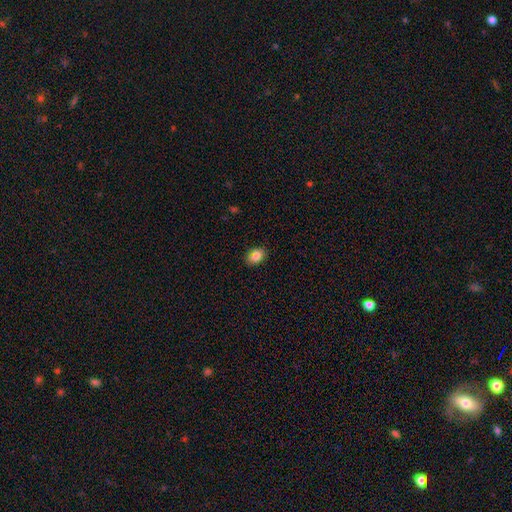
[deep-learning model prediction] smooth_or_featured: smooth (p=0.82) [alt: star or artifact p=0.10]
how_rounded: in between (p=0.74) [alt: round p=0.25]
merging: none (p=0.82) [alt: minor disturbance p=0.13]